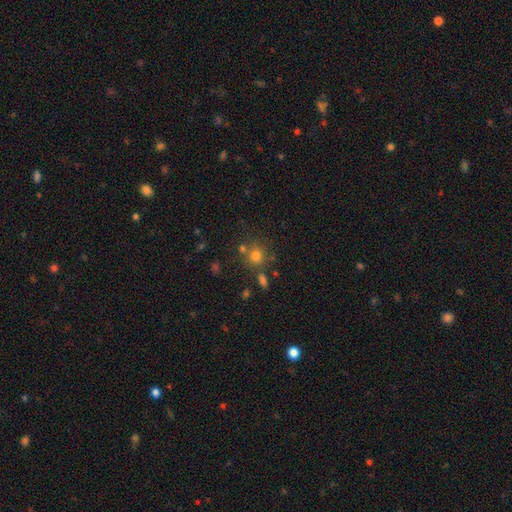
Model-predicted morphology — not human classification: Smooth or featured?
  - smooth: 74% *
  - star or artifact: 16%
  - featured or disk: 9%
How rounded?
  - round: 85% *
  - in between: 13%
  - cigar-shaped: 1%
Merging?
  - none: 68% *
  - merger: 17%
  - minor disturbance: 11%
  - major disturbance: 4%